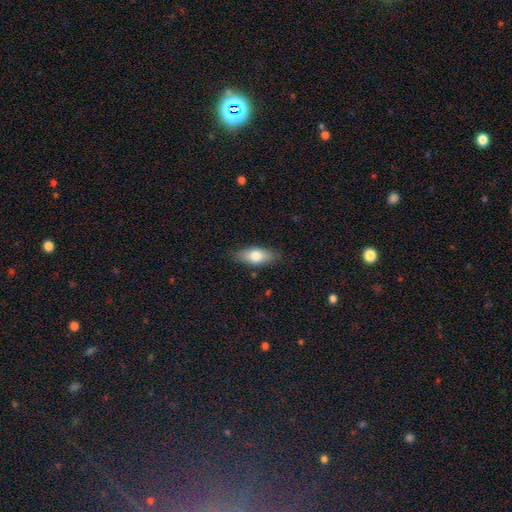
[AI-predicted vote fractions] smooth_or_featured: smooth (p=0.74) [alt: featured or disk p=0.19]
how_rounded: in between (p=0.80) [alt: cigar-shaped p=0.17]
merging: none (p=0.84) [alt: minor disturbance p=0.13]